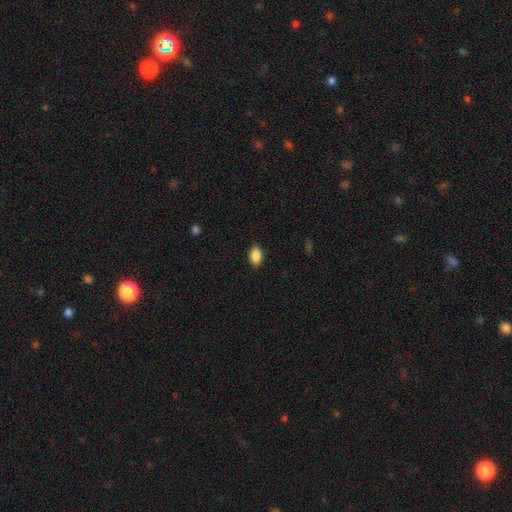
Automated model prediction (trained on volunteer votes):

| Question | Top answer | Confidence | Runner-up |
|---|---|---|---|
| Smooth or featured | smooth | 89% | star or artifact (7%) |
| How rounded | in between | 92% | round (5%) |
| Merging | none | 88% | minor disturbance (9%) |